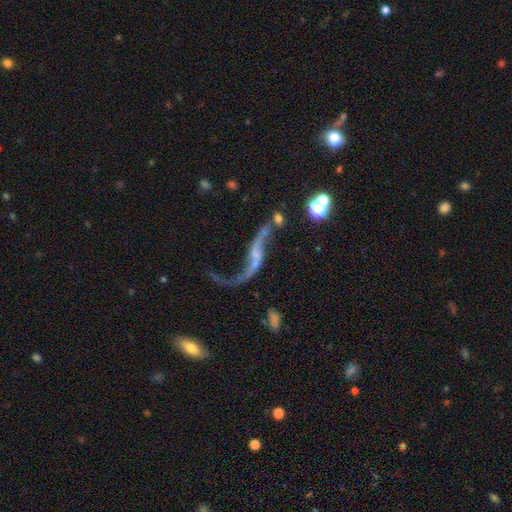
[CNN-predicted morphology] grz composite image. It shows a featured or disk galaxy (85%) with no bar (49%), 2 (91%) loose (95%) spiral arms (91%) and no central bulge (41%, tied with small). Merging: none (51%).